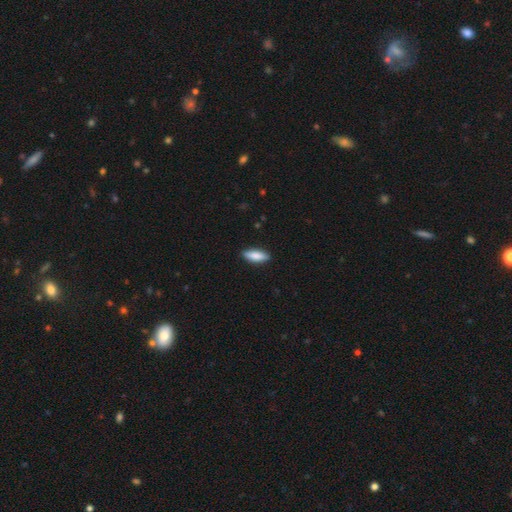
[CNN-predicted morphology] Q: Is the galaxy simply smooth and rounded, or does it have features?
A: smooth — 84%.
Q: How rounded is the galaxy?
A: in between — 66%.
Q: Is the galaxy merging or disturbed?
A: none — 89%.